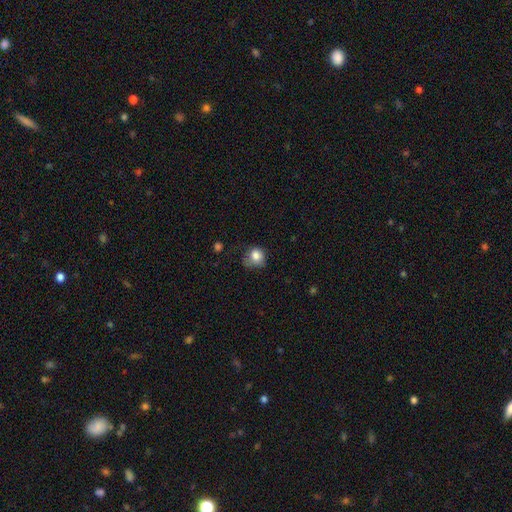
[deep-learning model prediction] smooth 81%, star or artifact 10%, featured or disk 9%. Down the decision tree: how rounded — round (69%); merging — none (43%).